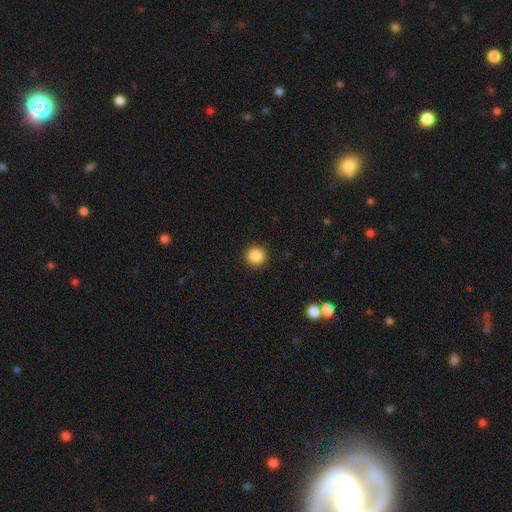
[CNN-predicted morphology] This is clearly a smooth galaxy (87%). How rounded: clearly round (95%). Merging: clearly none (92%).